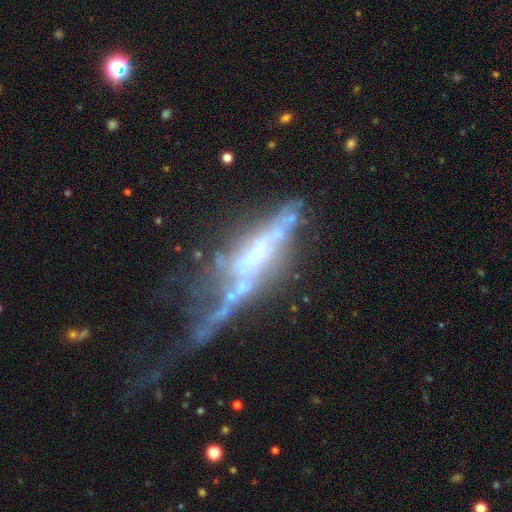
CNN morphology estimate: Smooth or featured: featured or disk — 71% (smooth — 17%)
Edge-on disk: no — 59% (yes — 41%)
Merging: major disturbance — 42% (none — 22%)